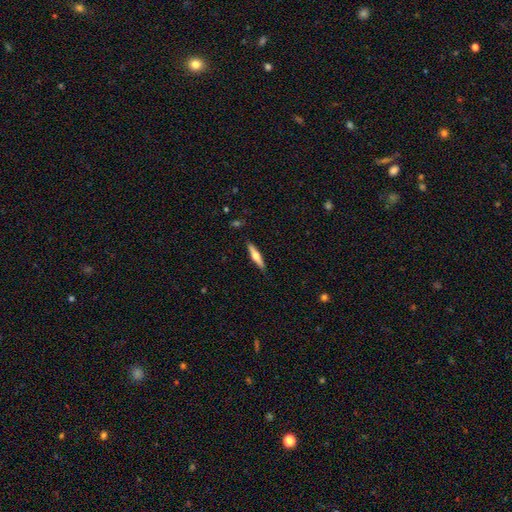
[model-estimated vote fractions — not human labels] This appears to be a featured or disk galaxy (49%). Merging: none (89%).